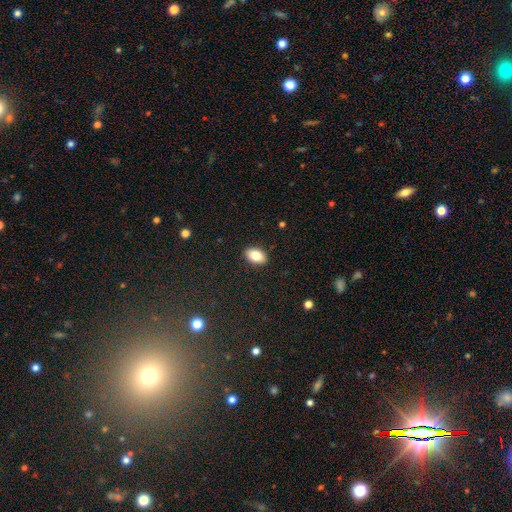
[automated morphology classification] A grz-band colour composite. It shows a smooth galaxy with no disk features (83%) that is in between round and cigar-shaped (89%). Merging: none (90%).